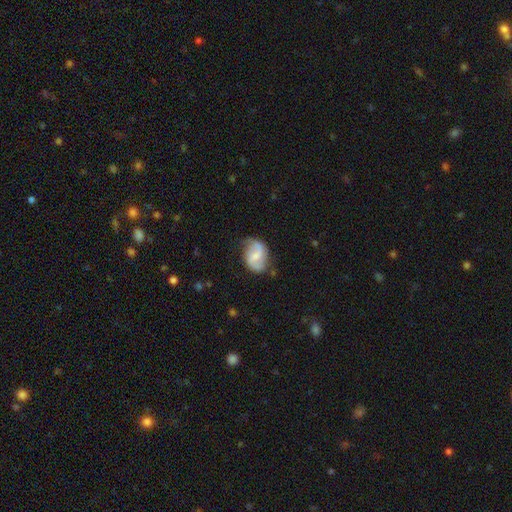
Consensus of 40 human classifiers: Q: Smooth or featured?
A: featured or disk (78%); runner-up: smooth (18%)
Q: Edge-on disk?
A: no (100%)
Q: Bar?
A: weak (68%); runner-up: no (26%)
Q: Spiral arms?
A: yes (90%); runner-up: no (10%)
Q: Spiral winding?
A: loose (75%); runner-up: medium (18%)
Q: Spiral arm count?
A: 2 (89%); runner-up: 1 (7%)
Q: Bulge size?
A: small (48%); runner-up: moderate (29%)
Q: Merging?
A: none (74%); runner-up: minor disturbance (18%)